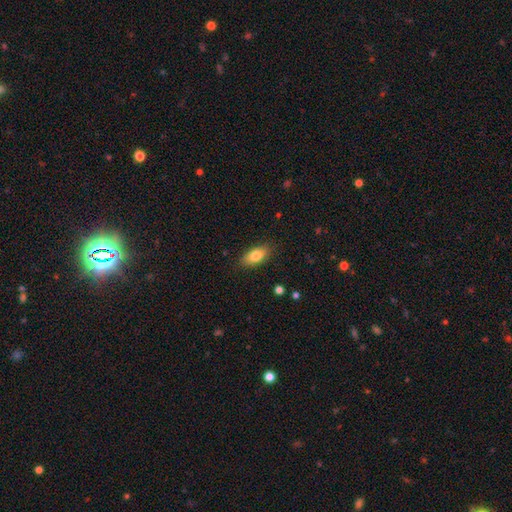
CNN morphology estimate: A smooth galaxy with no disk features (81%) that is in between round and cigar-shaped (86%). Merging: none (86%).